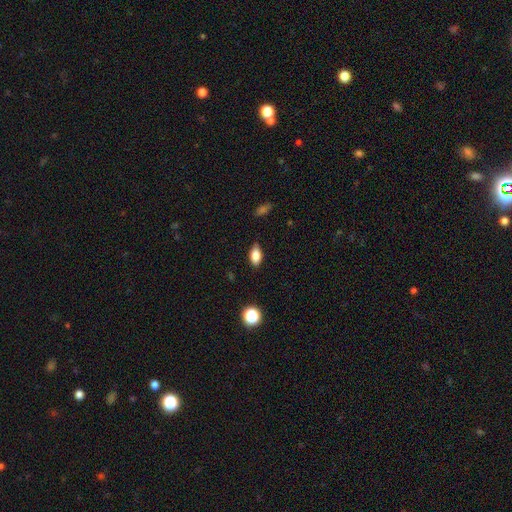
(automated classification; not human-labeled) Smooth or featured? smooth (83%)
How rounded? in between (87%)
Merging? none (83%)